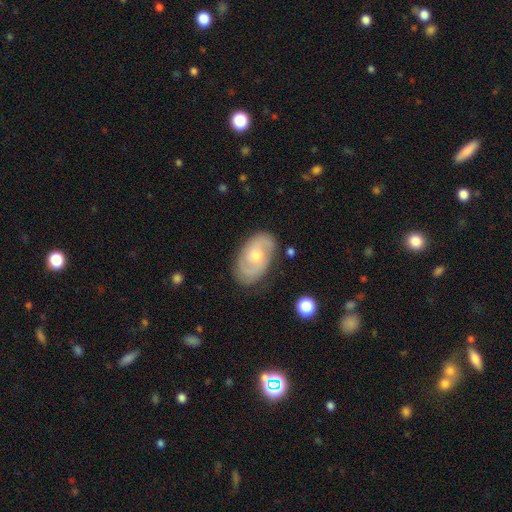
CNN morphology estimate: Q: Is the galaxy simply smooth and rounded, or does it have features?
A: featured or disk — 75%.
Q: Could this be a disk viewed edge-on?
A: no — 95%.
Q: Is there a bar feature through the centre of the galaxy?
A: no — 64%.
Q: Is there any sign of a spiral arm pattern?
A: yes — 91%.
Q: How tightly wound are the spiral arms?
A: tight — 45%.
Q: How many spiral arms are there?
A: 2 — 75%.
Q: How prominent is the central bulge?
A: moderate — 53%.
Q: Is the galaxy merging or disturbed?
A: none — 78%.